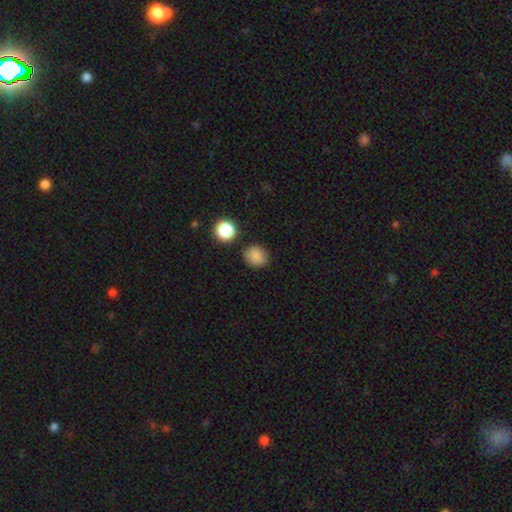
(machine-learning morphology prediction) Smooth or featured?
  - smooth: 85% *
  - star or artifact: 10%
  - featured or disk: 4%
How rounded?
  - round: 73% *
  - in between: 26%
  - cigar-shaped: 1%
Merging?
  - none: 81% *
  - minor disturbance: 12%
  - merger: 4%
  - major disturbance: 3%